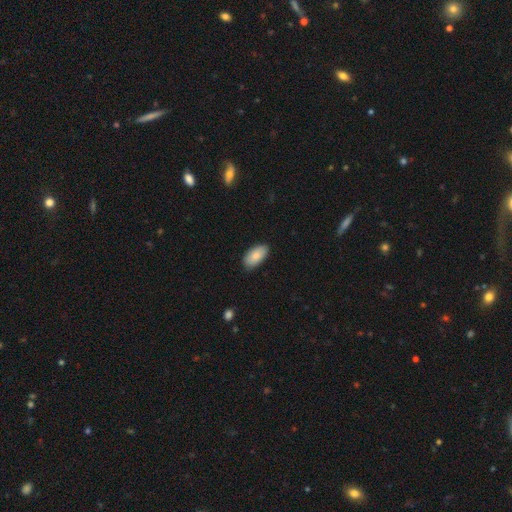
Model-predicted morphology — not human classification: Smooth or featured? Predicted: smooth (p=0.86). How rounded? Predicted: in between (p=0.95). Merging? Predicted: none (p=0.86).